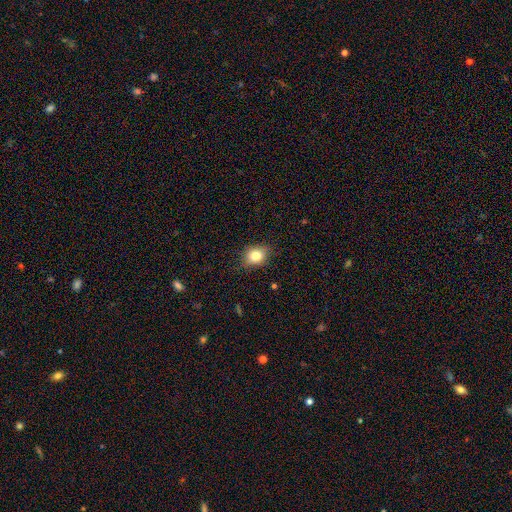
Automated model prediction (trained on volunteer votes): Smooth or featured: smooth — 80% (star or artifact — 10%)
How rounded: in between — 51% (round — 47%)
Merging: none — 80% (minor disturbance — 16%)